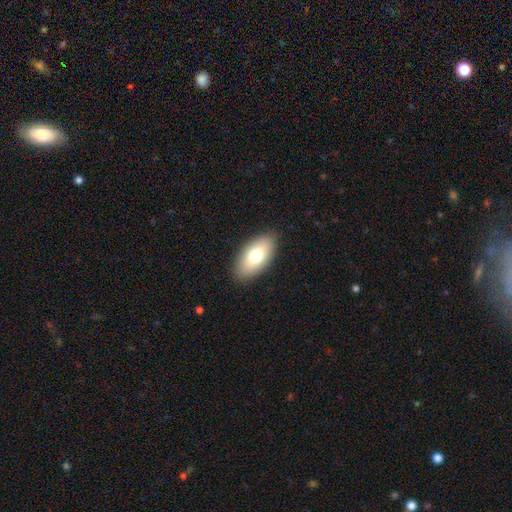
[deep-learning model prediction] Smooth or featured?
  - smooth: 73% *
  - featured or disk: 20%
  - star or artifact: 7%
How rounded?
  - in between: 92% *
  - cigar-shaped: 5%
  - round: 3%
Merging?
  - none: 87% *
  - minor disturbance: 9%
  - major disturbance: 2%
  - merger: 1%